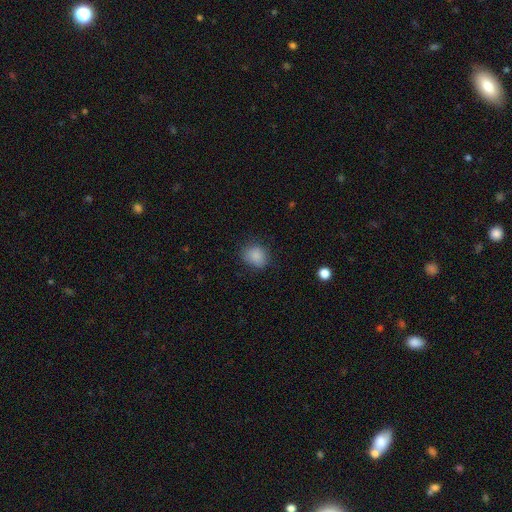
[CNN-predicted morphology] A smooth galaxy with no disk features (87%) that is round (69%).

Vote fractions:
- Smooth or featured? smooth: 87% / star or artifact: 9% / featured or disk: 4%
- How rounded? round: 69% / in between: 30% / cigar-shaped: 1%
- Merging? none: 80% / minor disturbance: 15% / major disturbance: 4% / merger: 1%